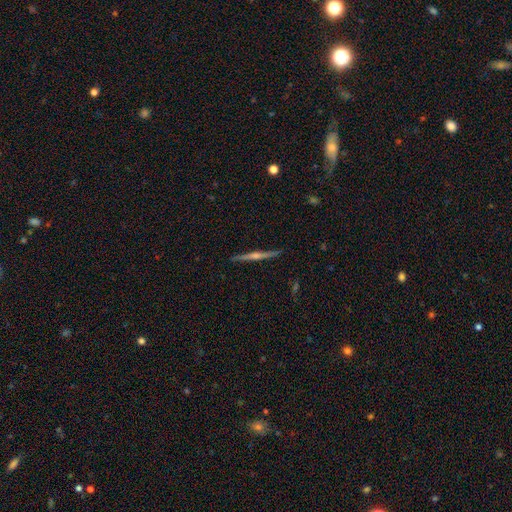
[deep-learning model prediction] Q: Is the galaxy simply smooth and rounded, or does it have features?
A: featured or disk — 79%.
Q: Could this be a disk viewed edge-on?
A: yes — 98%.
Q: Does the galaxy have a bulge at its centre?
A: rounded — 75%.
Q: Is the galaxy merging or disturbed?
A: none — 91%.